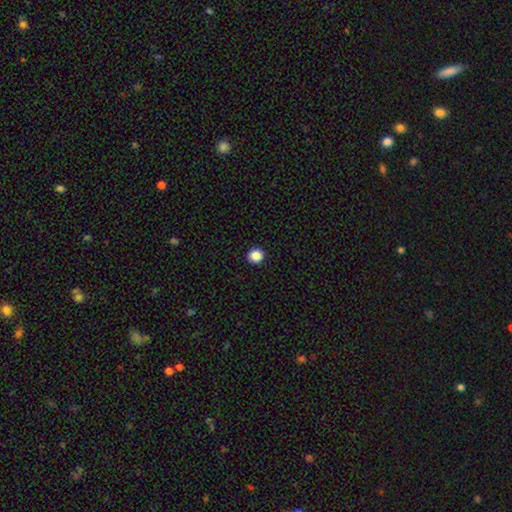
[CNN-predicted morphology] Overall: smooth (87%). How rounded: round (95%). Merging: none (94%).